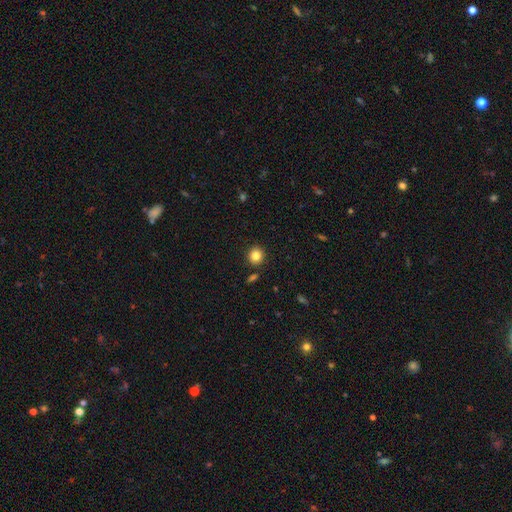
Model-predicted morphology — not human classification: Smooth or featured?
  - smooth: 84% *
  - star or artifact: 11%
  - featured or disk: 5%
How rounded?
  - round: 87% *
  - in between: 12%
  - cigar-shaped: 1%
Merging?
  - none: 88% *
  - minor disturbance: 6%
  - merger: 3%
  - major disturbance: 2%